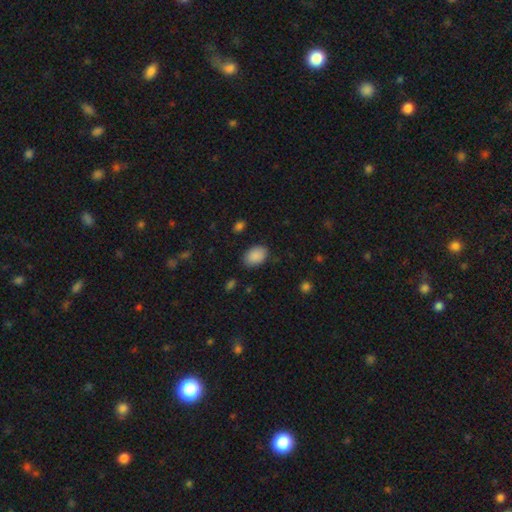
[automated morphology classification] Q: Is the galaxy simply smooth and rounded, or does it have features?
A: smooth — 89%.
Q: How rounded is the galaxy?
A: in between — 83%.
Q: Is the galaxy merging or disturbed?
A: none — 83%.